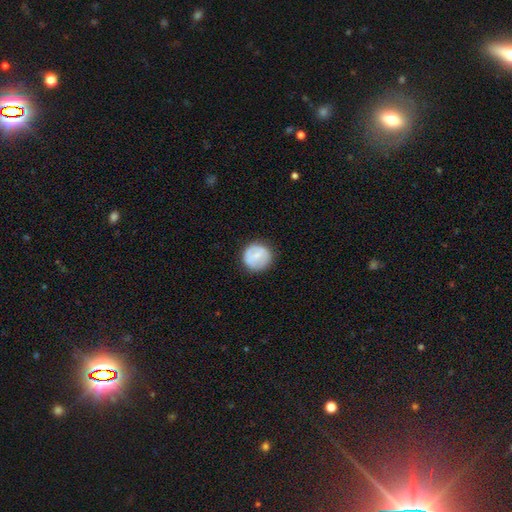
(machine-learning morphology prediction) Smooth or featured?
  - smooth: 67% *
  - featured or disk: 26%
  - star or artifact: 7%
How rounded?
  - round: 93% *
  - in between: 6%
  - cigar-shaped: 1%
Merging?
  - none: 83% *
  - minor disturbance: 12%
  - major disturbance: 4%
  - merger: 1%